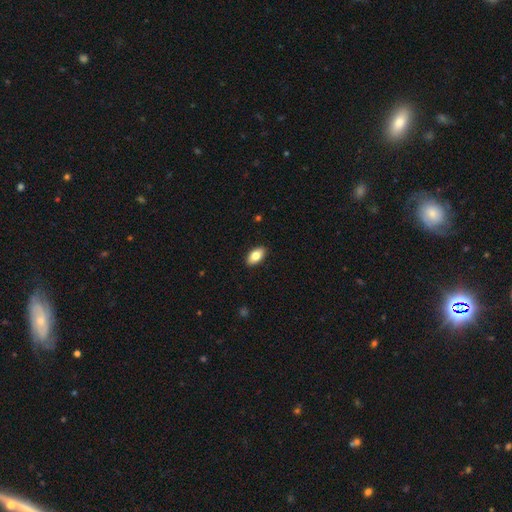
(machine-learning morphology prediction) Overall: smooth (80%). How rounded: in between (92%). Merging: none (90%).